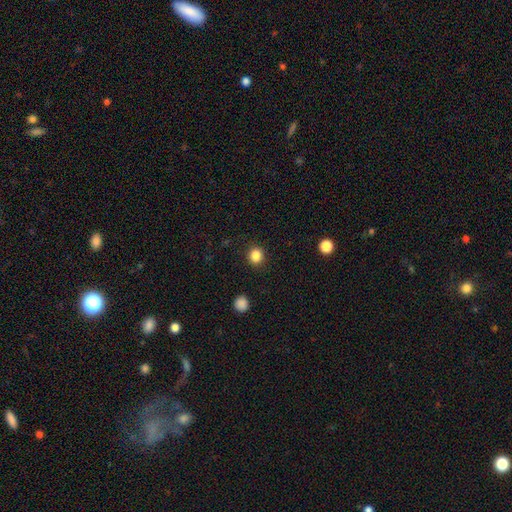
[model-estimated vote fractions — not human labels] Smooth or featured? Predicted: smooth (p=0.85). How rounded? Predicted: round (p=0.82). Merging? Predicted: none (p=0.91).